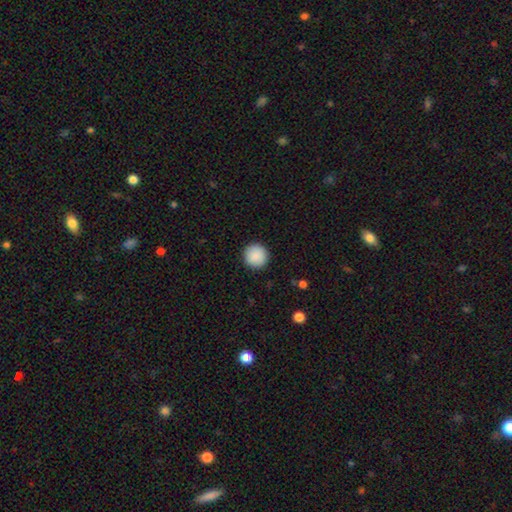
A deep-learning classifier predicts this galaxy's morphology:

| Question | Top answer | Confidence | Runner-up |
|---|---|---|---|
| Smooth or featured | smooth | 90% | star or artifact (8%) |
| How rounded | round | 96% | in between (3%) |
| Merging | none | 92% | minor disturbance (5%) |